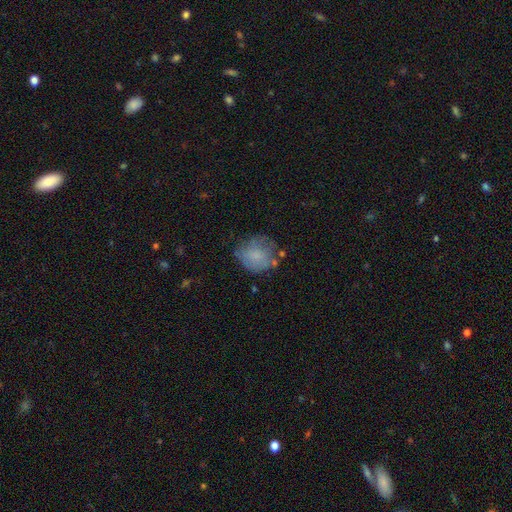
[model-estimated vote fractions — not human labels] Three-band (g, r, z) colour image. It shows a smooth galaxy with no disk features (70%) that is round (76%). Merging: none (56%).